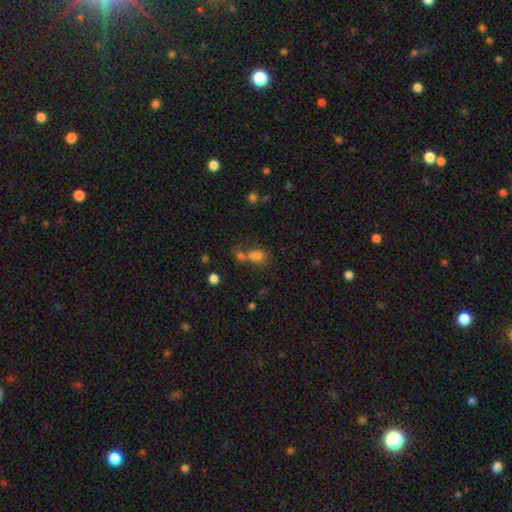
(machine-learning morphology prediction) Q: Smooth or featured?
A: smooth (76%); runner-up: star or artifact (15%)
Q: How rounded?
A: in between (73%); runner-up: round (25%)
Q: Merging?
A: merger (43%); runner-up: none (36%)